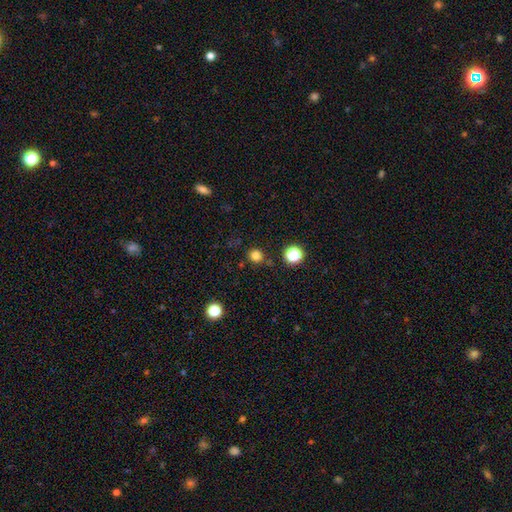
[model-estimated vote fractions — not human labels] A smooth galaxy with no disk features (79%) that is round (88%).

Vote fractions:
- Smooth or featured? smooth: 79% / star or artifact: 16% / featured or disk: 4%
- How rounded? round: 88% / in between: 11% / cigar-shaped: 1%
- Merging? none: 82% / minor disturbance: 10% / merger: 4% / major disturbance: 3%